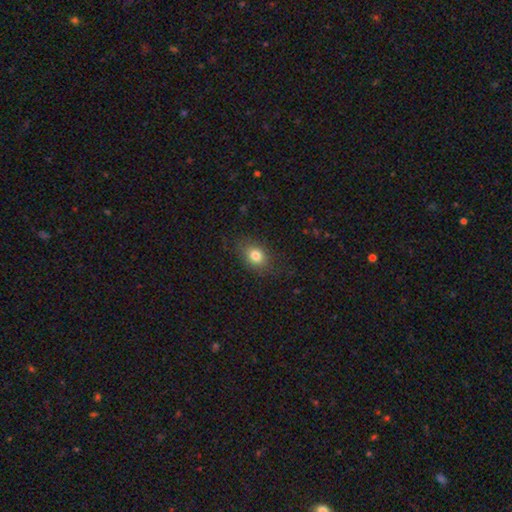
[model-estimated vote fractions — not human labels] A smooth galaxy with no disk features (80%) that is in between round and cigar-shaped (64%). Merging: none (80%).